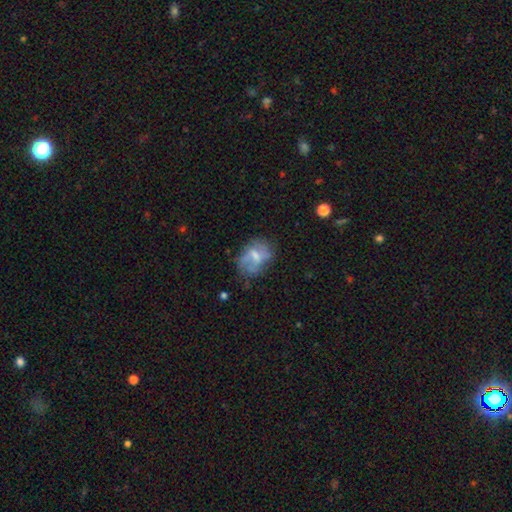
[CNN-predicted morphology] The model was most divided on "smooth or featured": featured or disk: 52%, smooth: 38%, star or artifact: 11%. More confident: edge-on disk — no (96%); merging — none (50%).